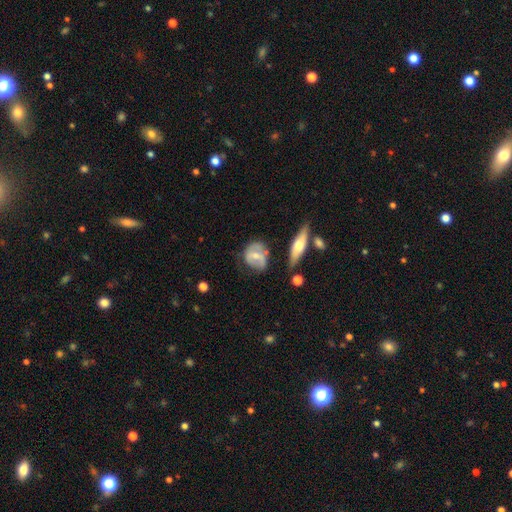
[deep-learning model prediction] Smooth or featured?
  - featured or disk: 48% *
  - smooth: 46%
  - star or artifact: 6%
Merging?
  - none: 52% *
  - minor disturbance: 28%
  - major disturbance: 13%
  - merger: 7%